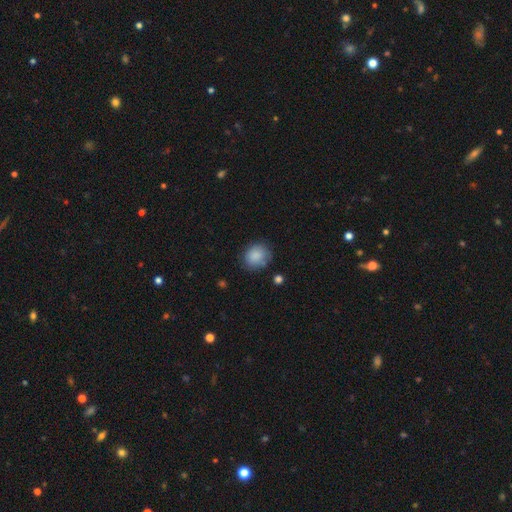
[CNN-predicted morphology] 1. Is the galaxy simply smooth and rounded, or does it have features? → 87% smooth, 8% star or artifact, 5% featured or disk.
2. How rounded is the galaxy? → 67% round, 32% in between, 1% cigar-shaped.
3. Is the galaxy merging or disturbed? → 75% none, 17% minor disturbance, 4% major disturbance, 3% merger.